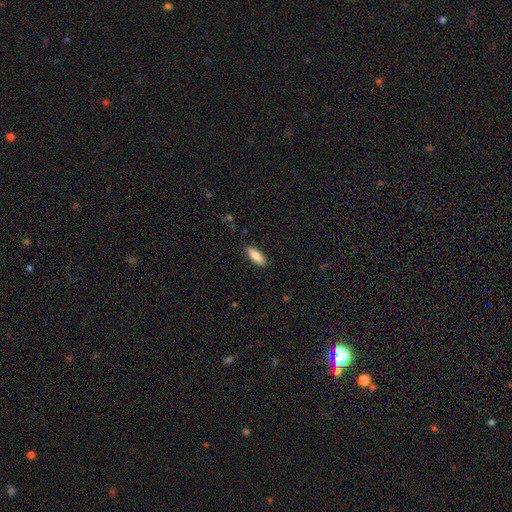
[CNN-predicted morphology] Overall: smooth (83%). How rounded: in between (68%; cigar-shaped 30%). Merging: none (89%).